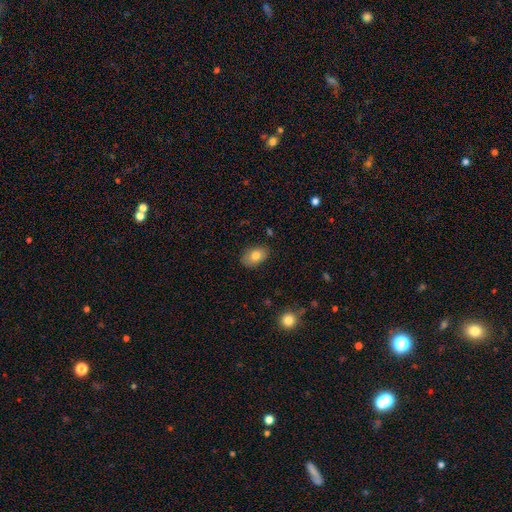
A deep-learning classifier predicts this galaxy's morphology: This is likely a smooth galaxy (79%). How rounded: clearly in between (87%). Merging: clearly none (84%).